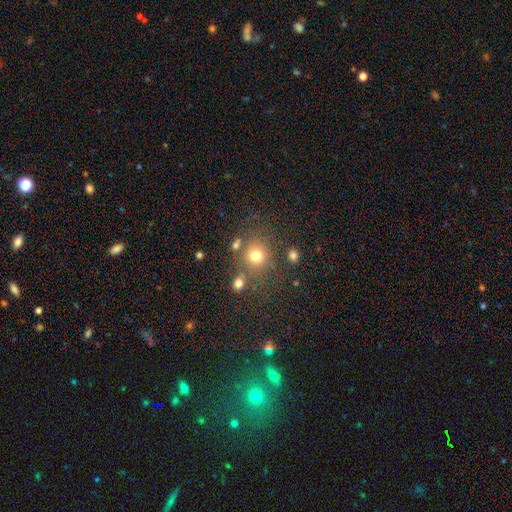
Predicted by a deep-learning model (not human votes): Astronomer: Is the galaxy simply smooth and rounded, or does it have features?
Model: smooth — 74%.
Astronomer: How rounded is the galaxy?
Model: round — 86%.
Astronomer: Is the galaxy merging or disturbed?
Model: none — 70%.